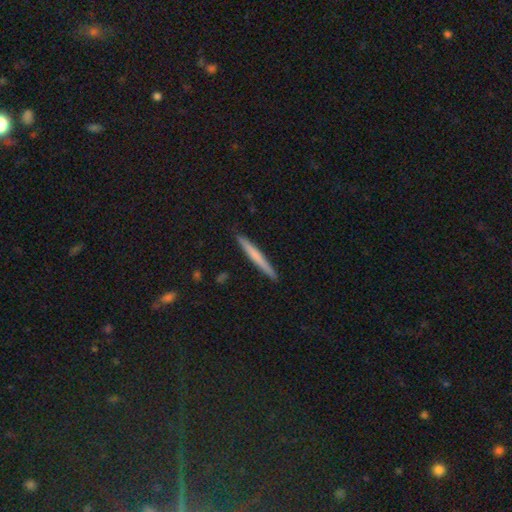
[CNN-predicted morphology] A smooth galaxy with no disk features (61%) that is cigar-shaped (97%).

Vote fractions:
- Smooth or featured? smooth: 61% / featured or disk: 34% / star or artifact: 5%
- How rounded? cigar-shaped: 97% / in between: 2% / round: 1%
- Merging? none: 91% / minor disturbance: 6% / major disturbance: 1% / merger: 1%